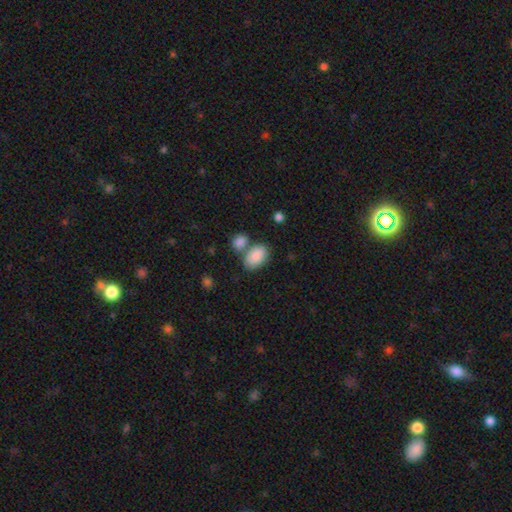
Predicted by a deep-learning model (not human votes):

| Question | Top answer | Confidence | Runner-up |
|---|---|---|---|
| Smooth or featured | smooth | 87% | star or artifact (6%) |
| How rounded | in between | 91% | round (7%) |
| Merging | none | 51% | merger (31%) |